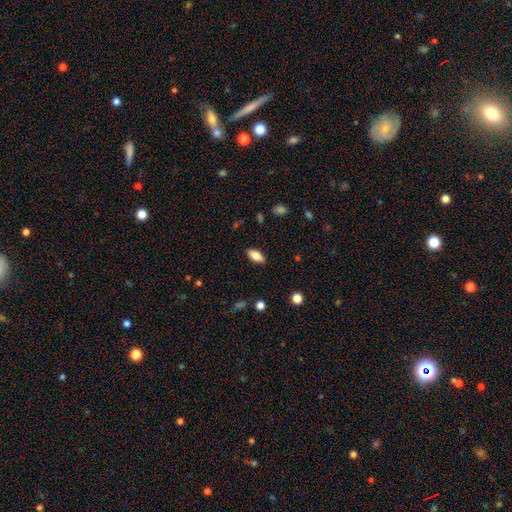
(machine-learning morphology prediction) smooth 78%, featured or disk 15%, star or artifact 8%. Down the decision tree: how rounded — in between (83%); merging — none (88%).